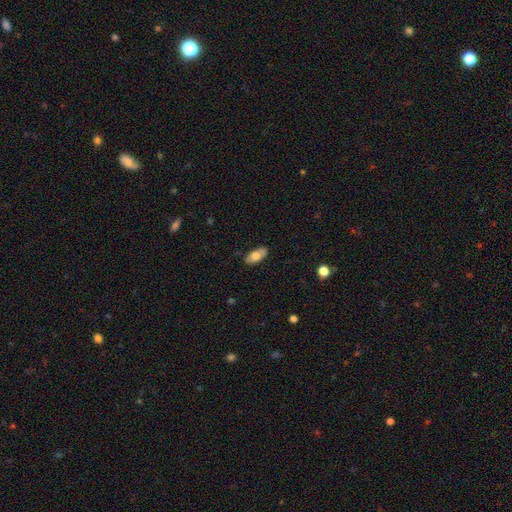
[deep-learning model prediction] smooth 66%, featured or disk 27%, star or artifact 6%. Down the decision tree: how rounded — in between (90%); merging — none (82%).